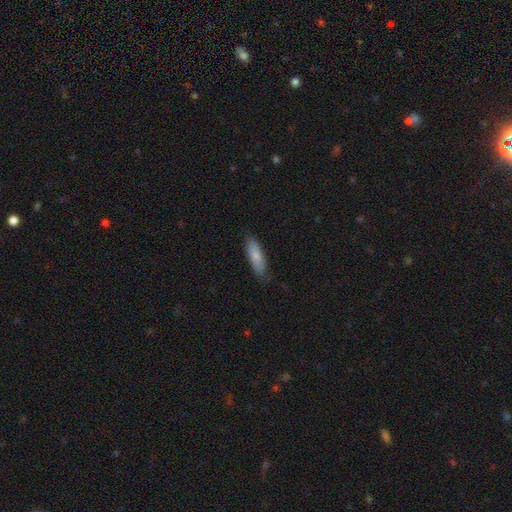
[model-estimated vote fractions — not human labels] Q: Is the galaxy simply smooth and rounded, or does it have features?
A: smooth — 78%.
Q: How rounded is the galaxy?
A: in between — 54%.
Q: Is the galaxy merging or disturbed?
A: none — 80%.